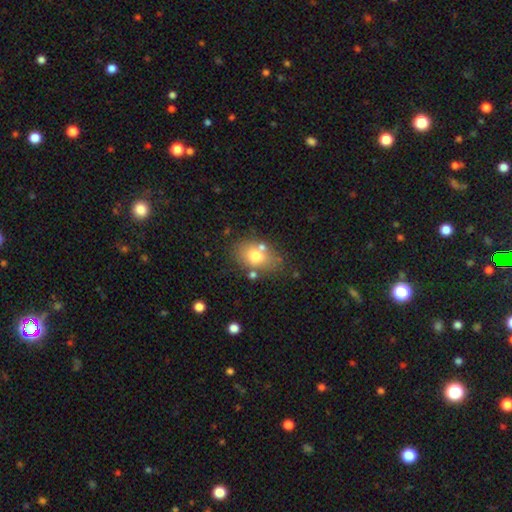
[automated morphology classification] smooth 71%, featured or disk 19%, star or artifact 10%. Down the decision tree: how rounded — in between (78%); merging — none (67%).